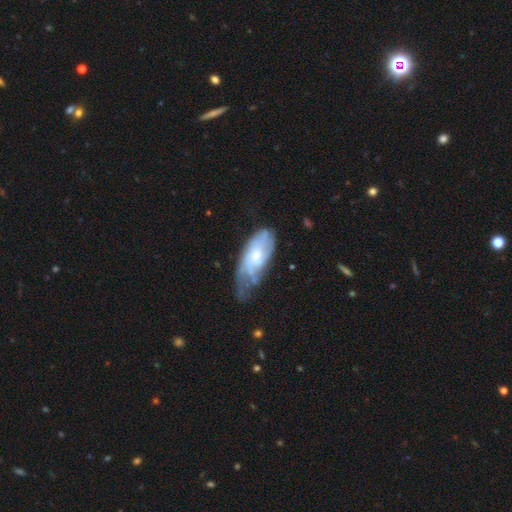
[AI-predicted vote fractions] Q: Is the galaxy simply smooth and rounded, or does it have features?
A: featured or disk — 61%.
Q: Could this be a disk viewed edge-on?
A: no — 89%.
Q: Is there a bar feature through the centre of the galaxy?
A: no — 74%.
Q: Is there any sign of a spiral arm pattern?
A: yes — 78%.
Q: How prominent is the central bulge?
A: small — 55%.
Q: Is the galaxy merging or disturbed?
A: minor disturbance — 38%.